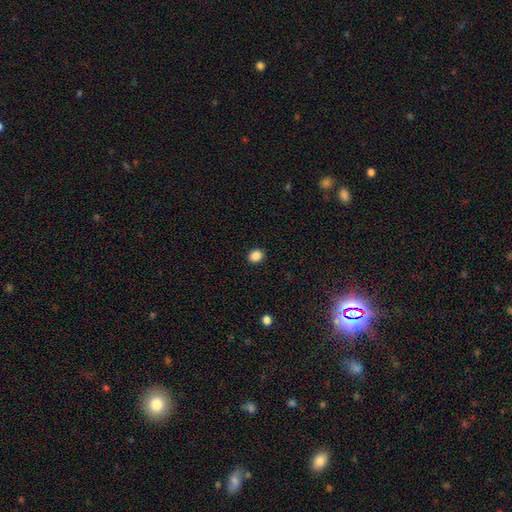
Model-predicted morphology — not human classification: smooth-or-featured: smooth: 87% | star or artifact: 10% | featured or disk: 3%
  how-rounded: round: 69% | in between: 31% | cigar-shaped: 1%
  merging: none: 92% | minor disturbance: 6% | major disturbance: 2% | merger: 1%